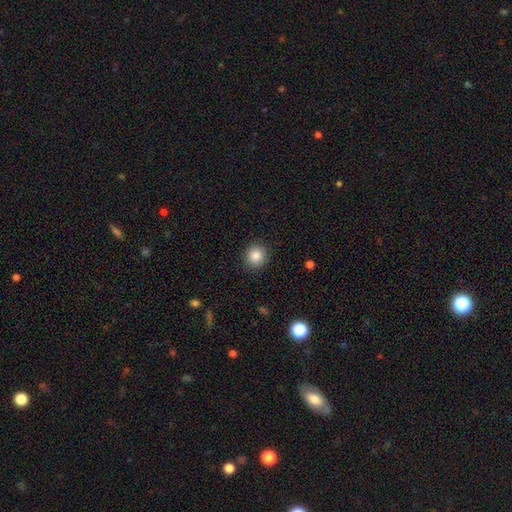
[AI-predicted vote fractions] This is clearly a smooth galaxy (85%). How rounded: clearly round (88%). Merging: clearly none (90%).